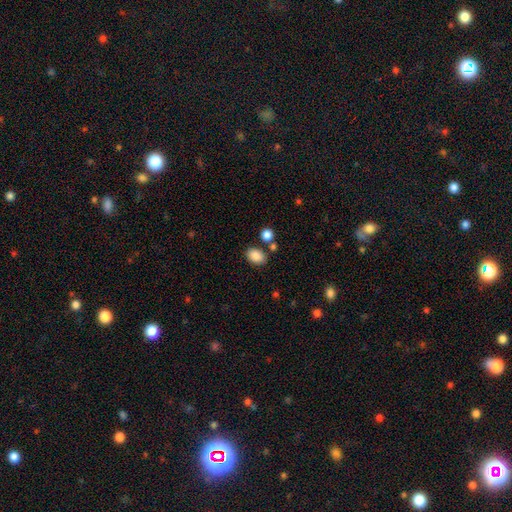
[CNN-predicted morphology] Smooth or featured? Predicted: smooth (p=0.87). How rounded? Predicted: in between (p=0.78). Merging? Predicted: none (p=0.77).